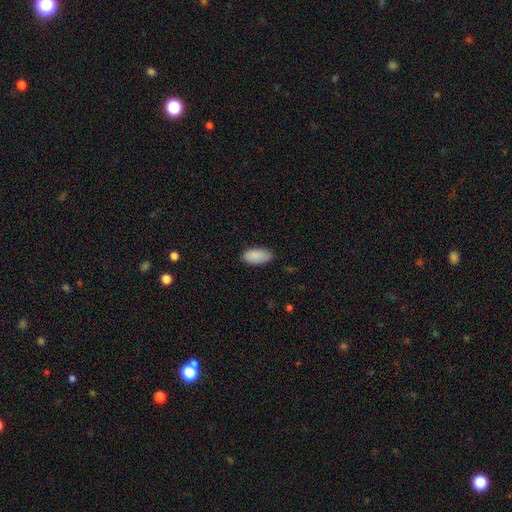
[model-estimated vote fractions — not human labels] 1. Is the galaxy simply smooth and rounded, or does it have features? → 89% smooth, 6% star or artifact, 4% featured or disk.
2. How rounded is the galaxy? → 93% in between, 5% cigar-shaped, 2% round.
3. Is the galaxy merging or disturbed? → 80% none, 16% minor disturbance, 3% major disturbance, 1% merger.